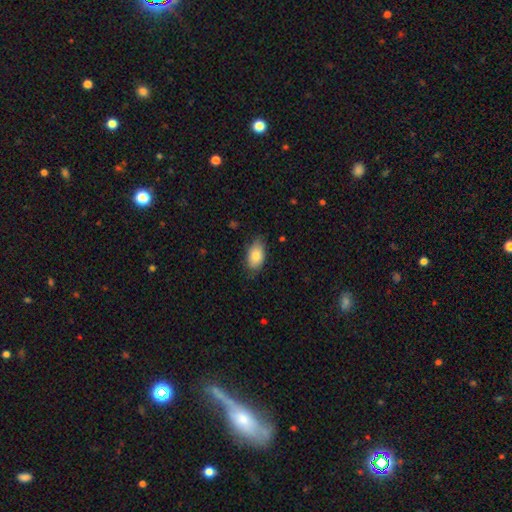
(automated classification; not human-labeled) smooth_or_featured: smooth (p=0.80) [alt: featured or disk p=0.13]
how_rounded: in between (p=0.91) [alt: round p=0.07]
merging: none (p=0.73) [alt: minor disturbance p=0.23]